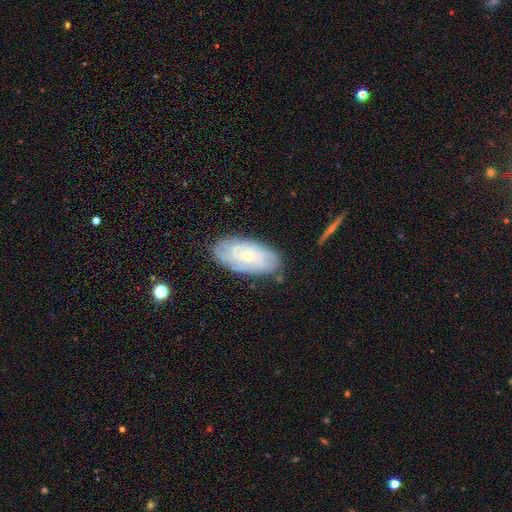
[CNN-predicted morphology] This appears to be a featured or disk galaxy (55%) with no bar (75%), spiral arms (72%) and a small central bulge (68%). Merging: none (76%).